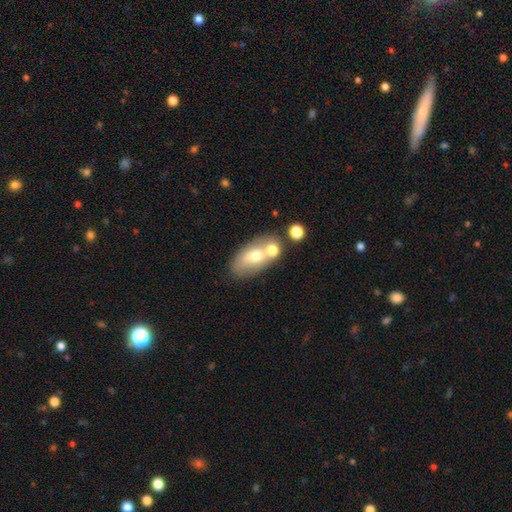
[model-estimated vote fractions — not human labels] Smooth or featured?
  - smooth: 58% *
  - featured or disk: 33%
  - star or artifact: 9%
How rounded?
  - in between: 89% *
  - round: 7%
  - cigar-shaped: 4%
Merging?
  - none: 52% *
  - merger: 29%
  - minor disturbance: 14%
  - major disturbance: 5%